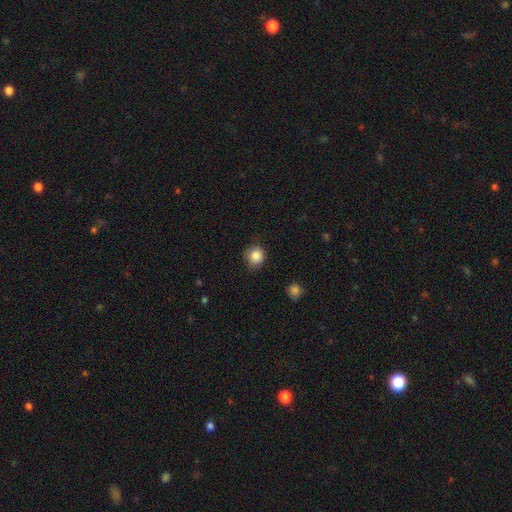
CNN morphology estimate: Smooth or featured? smooth (86%)
How rounded? round (89%)
Merging? none (80%)